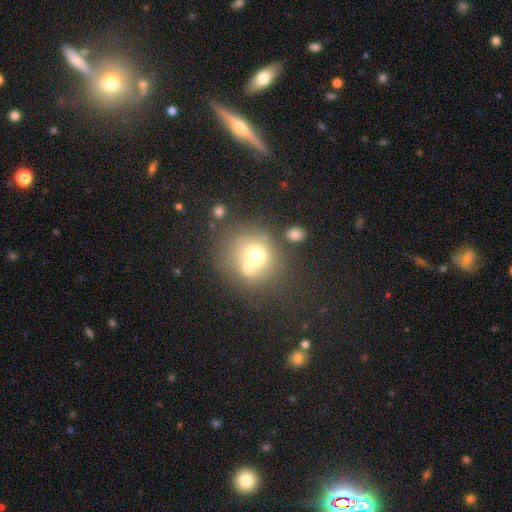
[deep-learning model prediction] A smooth galaxy with no disk features (64%) that is round (81%). Merging: none (42%).